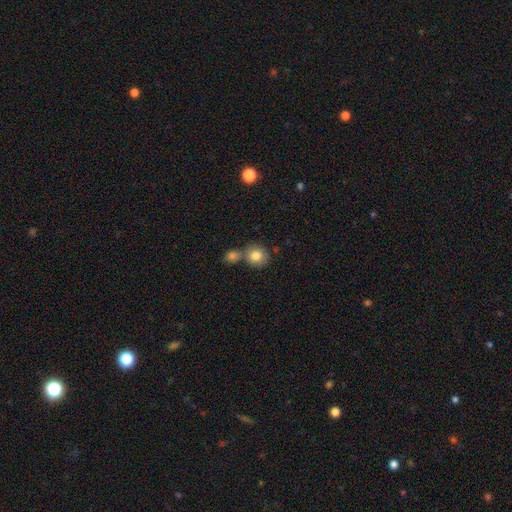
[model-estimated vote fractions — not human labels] This is clearly a smooth galaxy (82%). How rounded: clearly round (83%). Merging: possibly none (52%).